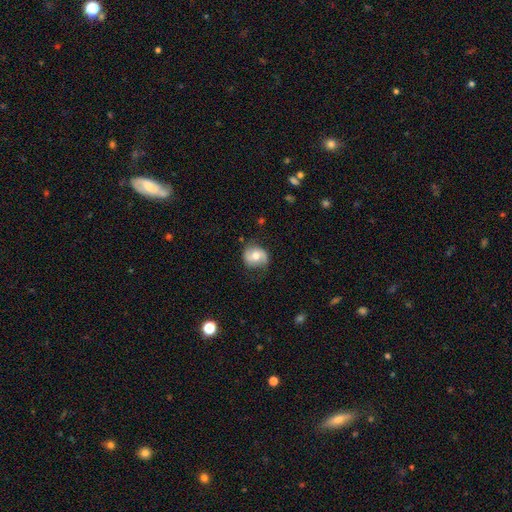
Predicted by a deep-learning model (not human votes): featured or disk 54%, smooth 39%, star or artifact 7%. Down the decision tree: edge-on disk — no (97%); bar — no (52%); spiral arms — yes (81%); bulge size — moderate (74%); merging — none (73%).